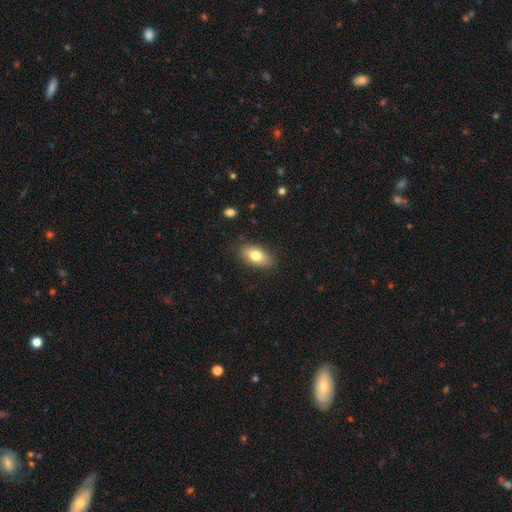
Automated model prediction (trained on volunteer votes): Q: Smooth or featured?
A: smooth (78%); runner-up: featured or disk (15%)
Q: How rounded?
A: in between (89%); runner-up: round (6%)
Q: Merging?
A: none (84%); runner-up: minor disturbance (12%)